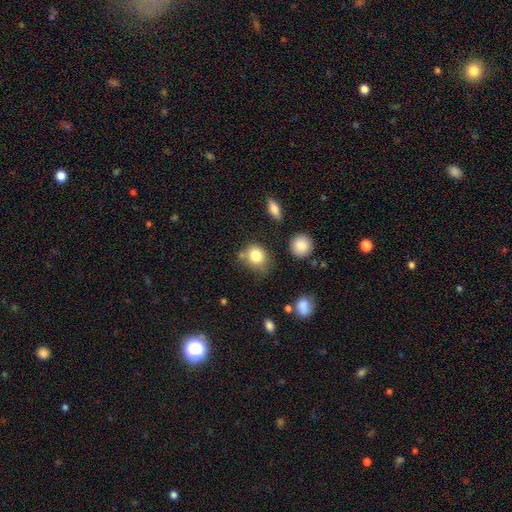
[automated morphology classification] Smooth or featured?
  - smooth: 81% *
  - star or artifact: 10%
  - featured or disk: 9%
How rounded?
  - round: 65% *
  - in between: 34%
  - cigar-shaped: 1%
Merging?
  - none: 62% *
  - minor disturbance: 21%
  - merger: 10%
  - major disturbance: 6%